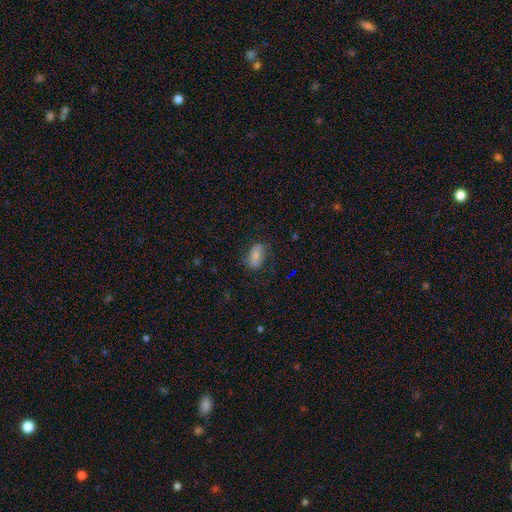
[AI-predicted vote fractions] Smooth or featured? smooth (72%)
How rounded? in between (90%)
Merging? none (68%)